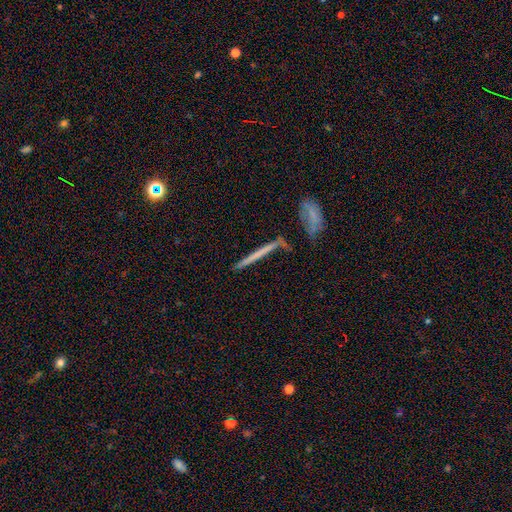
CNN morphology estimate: Q: Smooth or featured?
A: smooth (46%); runner-up: featured or disk (45%)
Q: Merging?
A: none (69%); runner-up: minor disturbance (14%)